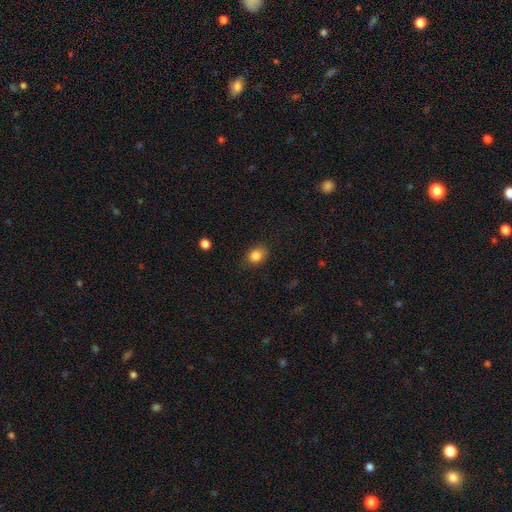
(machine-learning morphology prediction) A smooth galaxy with no disk features (84%) that is in between round and cigar-shaped (59%).

Vote fractions:
- Smooth or featured? smooth: 84% / star or artifact: 10% / featured or disk: 6%
- How rounded? in between: 59% / round: 40% / cigar-shaped: 1%
- Merging? none: 83% / minor disturbance: 13% / major disturbance: 3% / merger: 1%